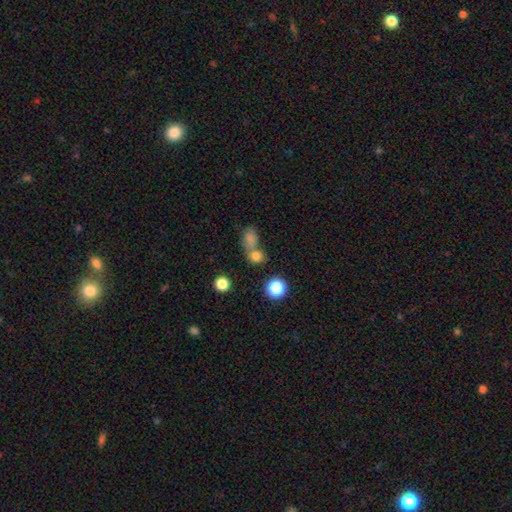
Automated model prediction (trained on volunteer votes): Smooth or featured? Predicted: smooth (p=0.75). How rounded? Predicted: round (p=0.63). Merging? Predicted: none (p=0.45).